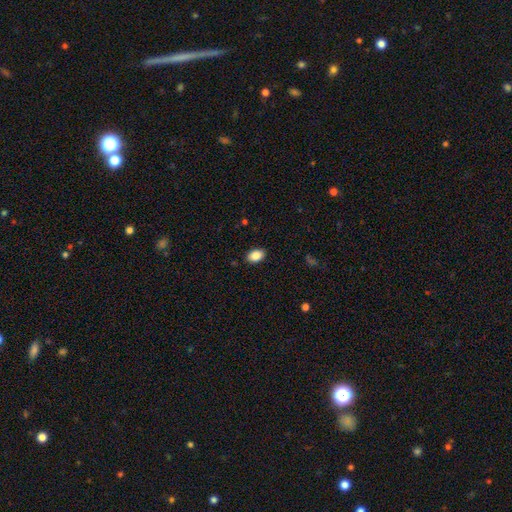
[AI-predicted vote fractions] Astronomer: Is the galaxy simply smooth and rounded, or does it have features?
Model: smooth — 87%.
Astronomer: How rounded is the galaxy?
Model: in between — 86%.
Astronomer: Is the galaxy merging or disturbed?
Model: none — 88%.